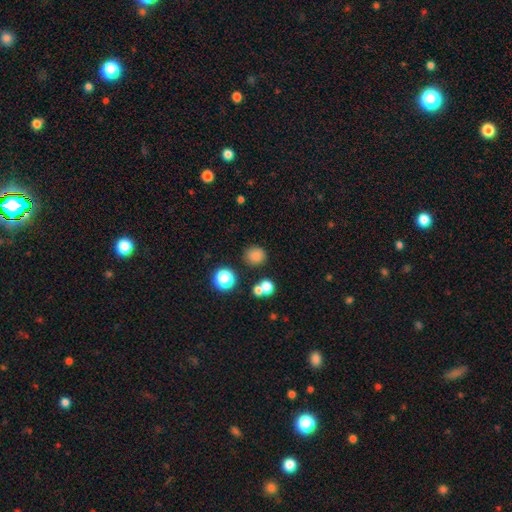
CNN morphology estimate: smooth_or_featured: smooth (p=0.79) [alt: star or artifact p=0.15]
how_rounded: round (p=0.86) [alt: in between p=0.13]
merging: none (p=0.78) [alt: minor disturbance p=0.10]